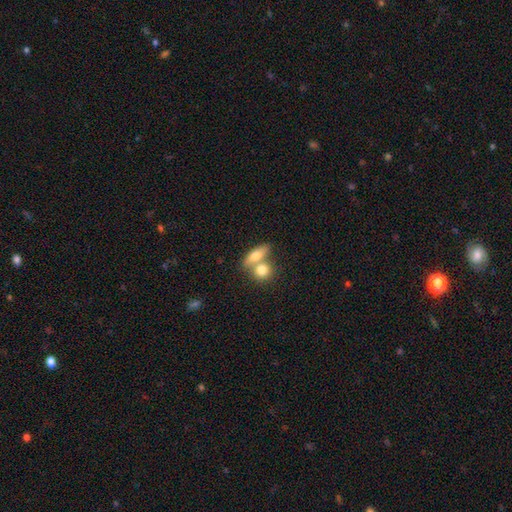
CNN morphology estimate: smooth 73%, featured or disk 21%, star or artifact 7%. Down the decision tree: how rounded — in between (62%); merging — merger (54%).